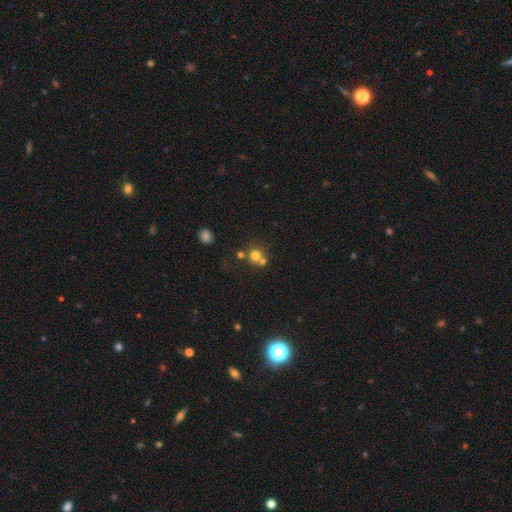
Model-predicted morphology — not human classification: Q: Smooth or featured?
A: smooth (71%); runner-up: star or artifact (16%)
Q: How rounded?
A: round (86%); runner-up: in between (13%)
Q: Merging?
A: none (46%); runner-up: merger (44%)